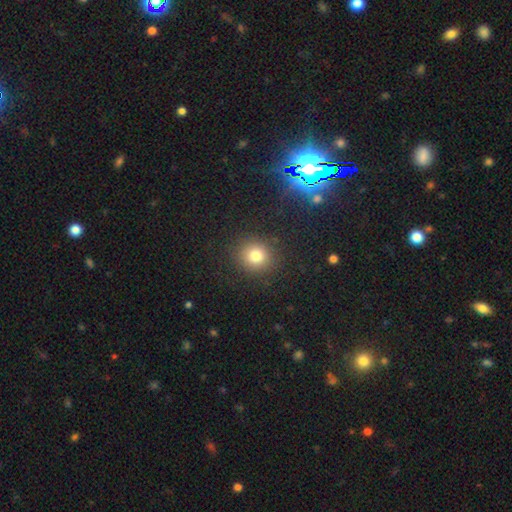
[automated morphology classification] Smooth or featured?
  - smooth: 79% *
  - star or artifact: 15%
  - featured or disk: 7%
How rounded?
  - round: 88% *
  - in between: 11%
  - cigar-shaped: 1%
Merging?
  - none: 89% *
  - minor disturbance: 7%
  - major disturbance: 3%
  - merger: 1%